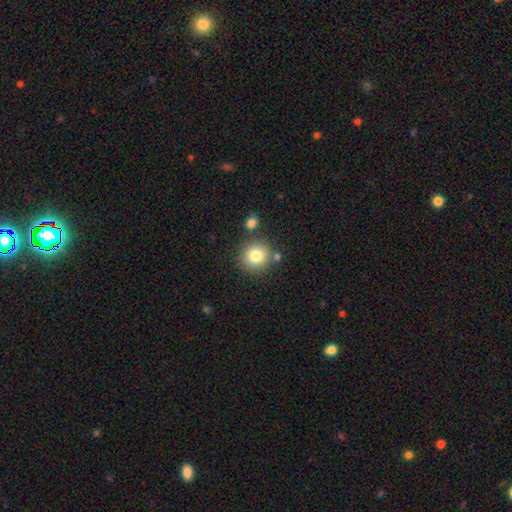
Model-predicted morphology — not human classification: smooth 81%, star or artifact 10%, featured or disk 9%. Down the decision tree: how rounded — round (89%); merging — none (77%).